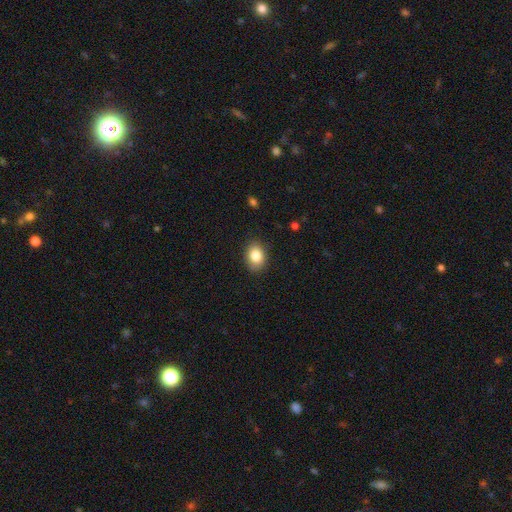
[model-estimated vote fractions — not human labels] Overall: smooth (85%). How rounded: in between (68%; round 31%). Merging: none (86%).